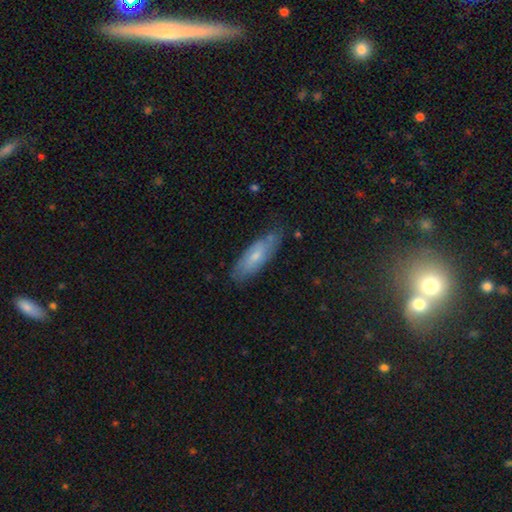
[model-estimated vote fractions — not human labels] A smooth galaxy with no disk features (55%) that is in between round and cigar-shaped (58%). Merging: none (71%).